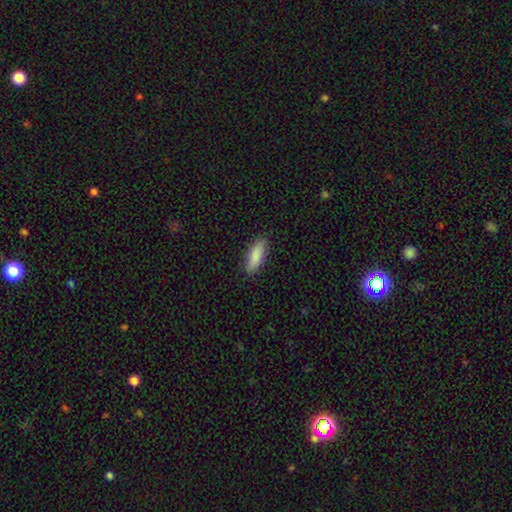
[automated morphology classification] Smooth or featured?
  - smooth: 87% *
  - featured or disk: 7%
  - star or artifact: 6%
How rounded?
  - in between: 61% *
  - cigar-shaped: 37%
  - round: 2%
Merging?
  - none: 87% *
  - minor disturbance: 10%
  - major disturbance: 2%
  - merger: 1%